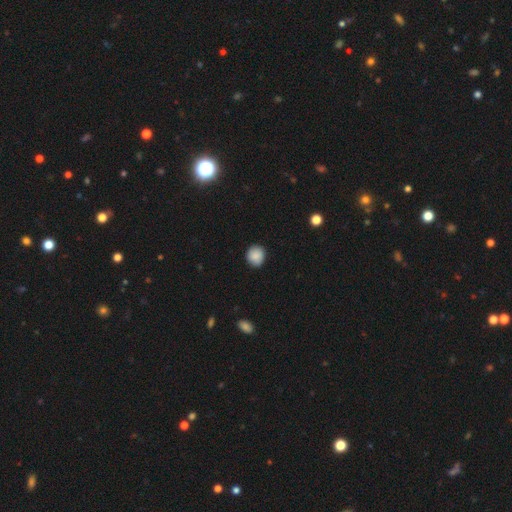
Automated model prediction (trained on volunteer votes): The model was most divided on "how rounded": round: 82%, in between: 17%, cigar-shaped: 1%. More confident: smooth or featured — smooth (87%); merging — none (85%).